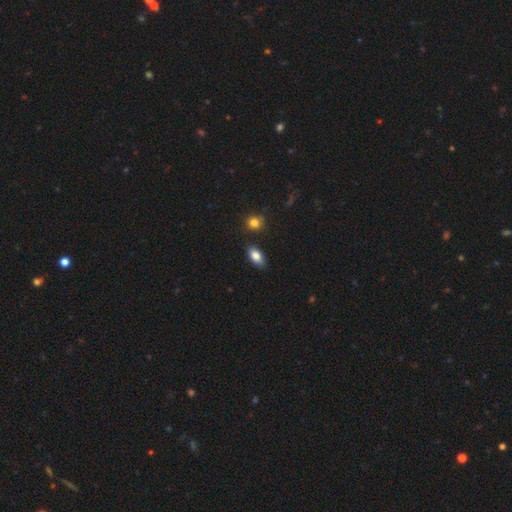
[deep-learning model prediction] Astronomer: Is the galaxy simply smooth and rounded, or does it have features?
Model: smooth — 83%.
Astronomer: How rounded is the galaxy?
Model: in between — 90%.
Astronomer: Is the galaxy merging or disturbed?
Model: none — 83%.